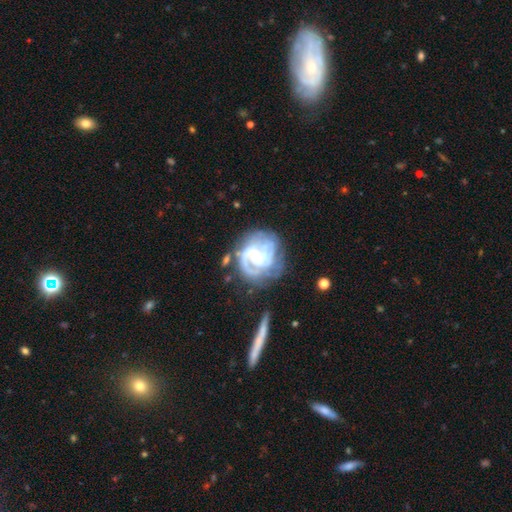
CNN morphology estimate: featured or disk 86%, smooth 9%, star or artifact 5%. Down the decision tree: edge-on disk — no (98%); bar — no (69%); spiral arms — yes (93%); spiral arm count — 2 (33%); spiral winding — tight (65%); bulge size — small (55%); merging — none (57%).